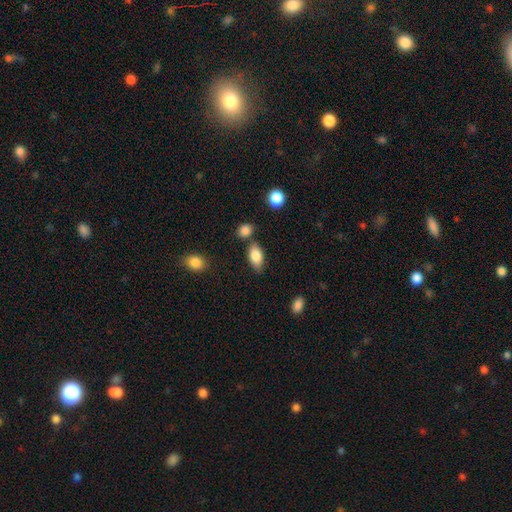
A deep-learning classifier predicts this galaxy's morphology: smooth-or-featured: smooth: 83% | featured or disk: 10% | star or artifact: 7%
  how-rounded: in between: 90% | round: 5% | cigar-shaped: 5%
  merging: none: 71% | minor disturbance: 15% | merger: 11% | major disturbance: 3%